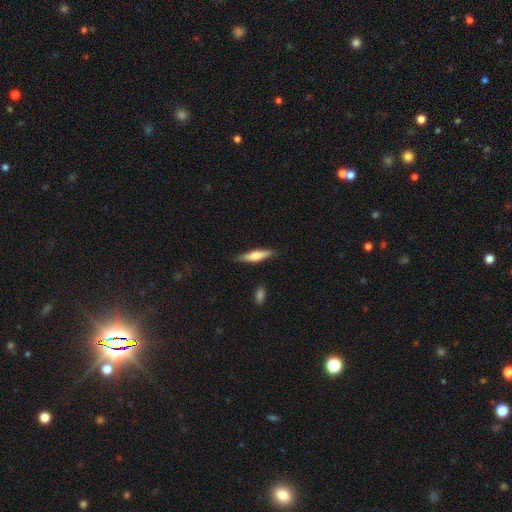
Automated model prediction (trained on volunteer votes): Overall: smooth (53%; featured or disk 41%). How rounded: cigar-shaped (76%). Merging: none (84%).